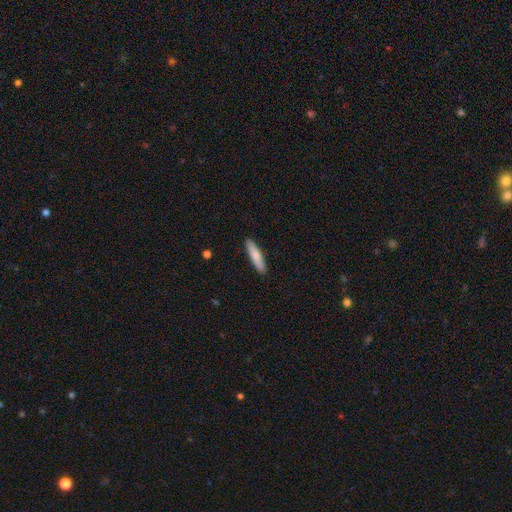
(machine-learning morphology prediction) This appears to be a smooth galaxy with no disk features (80%) that is cigar-shaped (84%). Merging: none (90%).